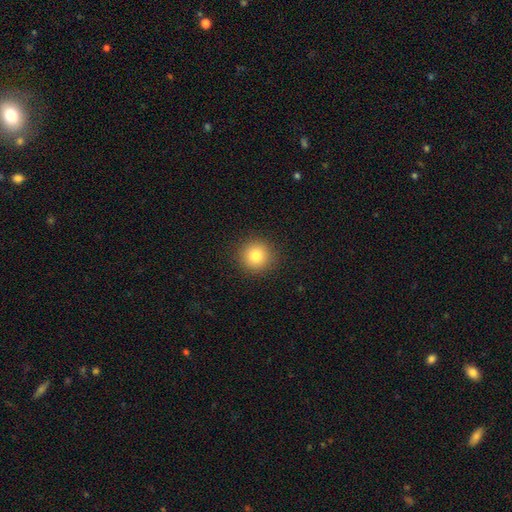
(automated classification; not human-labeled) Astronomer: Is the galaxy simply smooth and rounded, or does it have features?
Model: smooth — 82%.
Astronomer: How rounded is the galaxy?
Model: round — 94%.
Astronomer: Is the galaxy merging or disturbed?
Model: none — 91%.